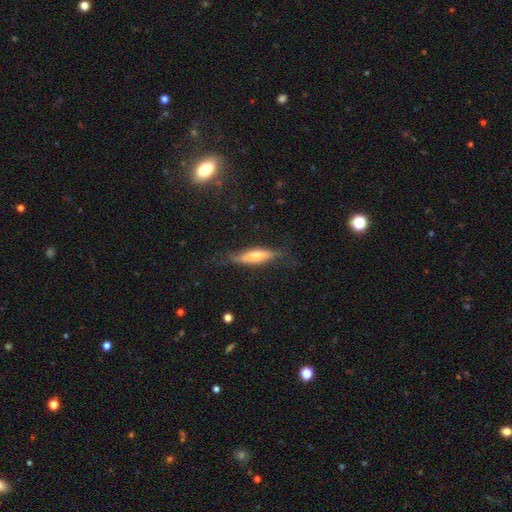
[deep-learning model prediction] smooth_or_featured: featured or disk (p=0.47) [alt: smooth p=0.46]
merging: none (p=0.66) [alt: minor disturbance p=0.23]